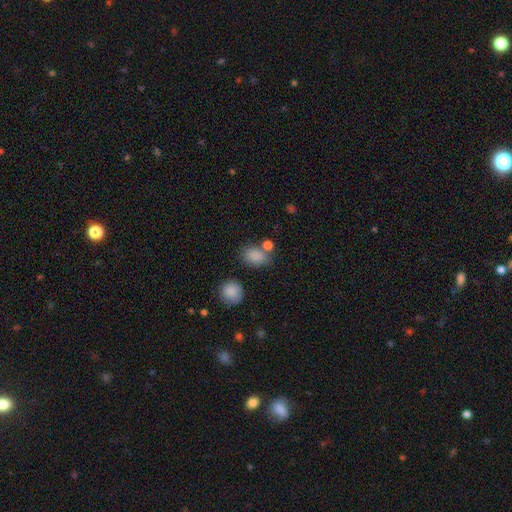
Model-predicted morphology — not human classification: A smooth galaxy with no disk features (84%) that is in between round and cigar-shaped (71%). Merging: none (64%).